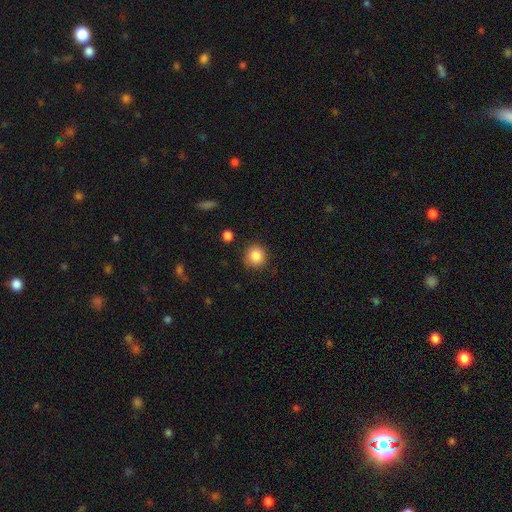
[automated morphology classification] A smooth galaxy with no disk features (86%) that is round (91%).

Vote fractions:
- Smooth or featured? smooth: 86% / star or artifact: 10% / featured or disk: 4%
- How rounded? round: 91% / in between: 9% / cigar-shaped: 1%
- Merging? none: 85% / minor disturbance: 10% / major disturbance: 3% / merger: 2%